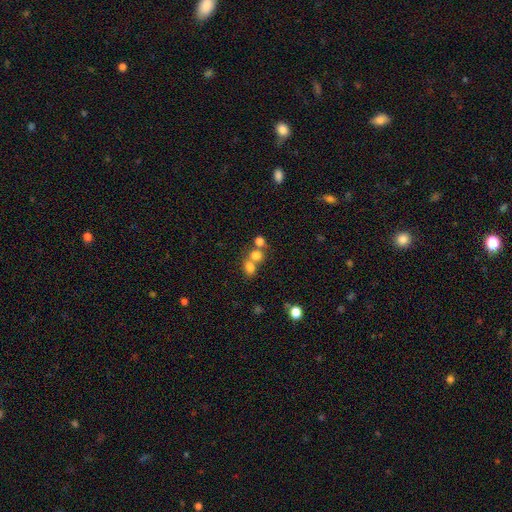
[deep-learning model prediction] Smooth or featured: smooth — 73% (star or artifact — 15%)
How rounded: round — 67% (in between — 32%)
Merging: merger — 54% (none — 35%)